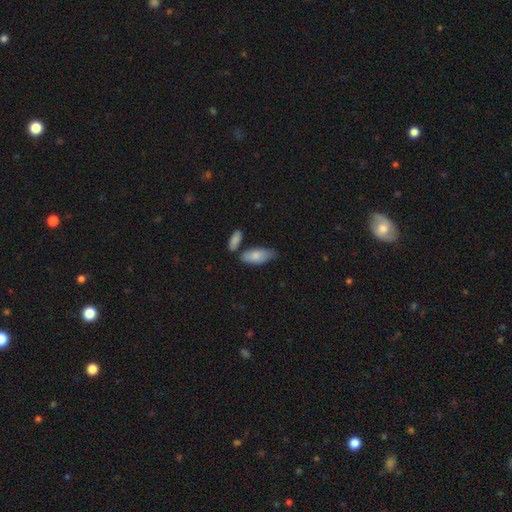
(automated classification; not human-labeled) This appears to be a smooth galaxy with no disk features (80%) that is in between round and cigar-shaped (86%). Merging: none (55%).